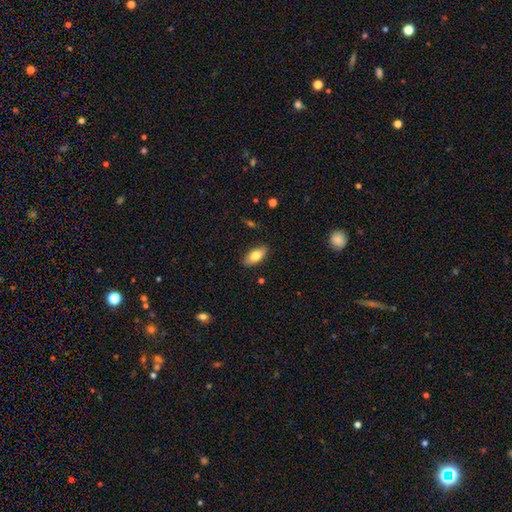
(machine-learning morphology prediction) This appears to be a smooth galaxy with no disk features (79%) that is in between round and cigar-shaped (89%). Merging: none (87%).